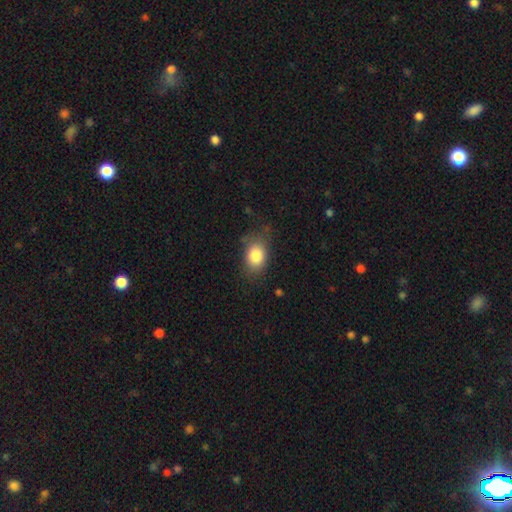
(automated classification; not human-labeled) Q: Smooth or featured?
A: smooth (83%); runner-up: star or artifact (9%)
Q: How rounded?
A: in between (73%); runner-up: round (26%)
Q: Merging?
A: none (68%); runner-up: minor disturbance (23%)